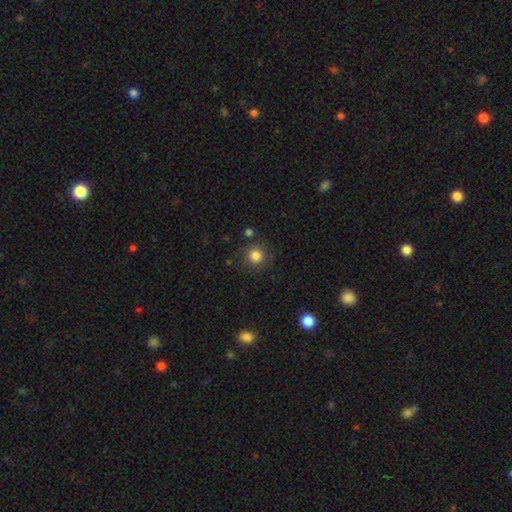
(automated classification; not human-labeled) Morphology: type=smooth (83%); roundness=round (93%); merging=none (83%).